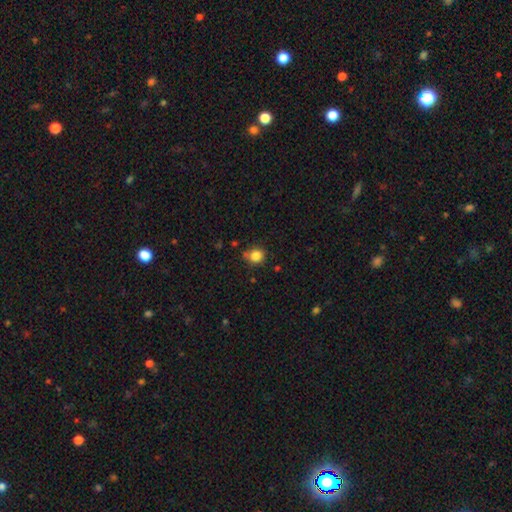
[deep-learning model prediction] Smooth or featured: smooth — 84% (star or artifact — 11%)
How rounded: round — 83% (in between — 17%)
Merging: none — 74% (minor disturbance — 17%)